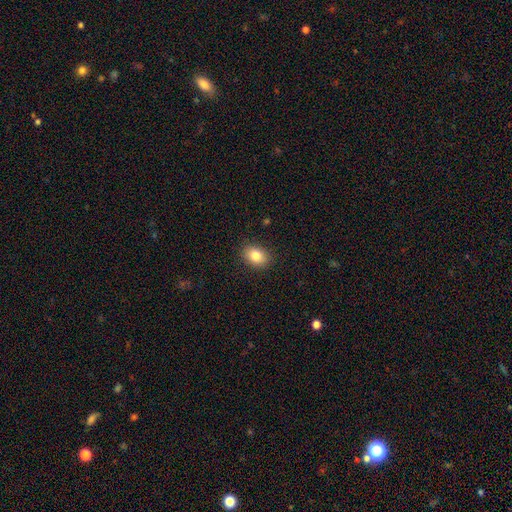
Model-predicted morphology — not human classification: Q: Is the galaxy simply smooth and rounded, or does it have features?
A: smooth — 83%.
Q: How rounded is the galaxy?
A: in between — 69%.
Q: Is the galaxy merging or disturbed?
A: none — 89%.